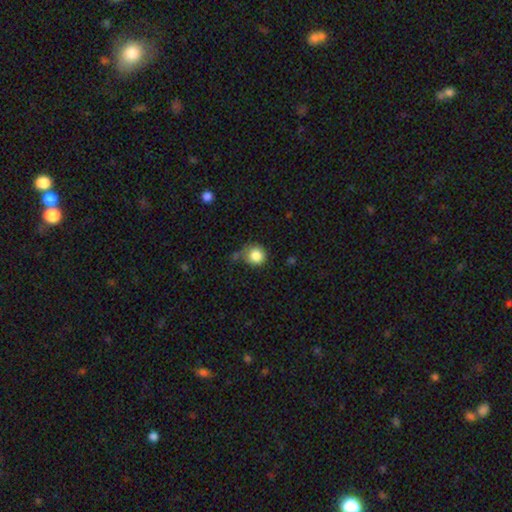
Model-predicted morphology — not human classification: Smooth or featured? Predicted: smooth (p=0.85). How rounded? Predicted: round (p=0.89). Merging? Predicted: none (p=0.58).